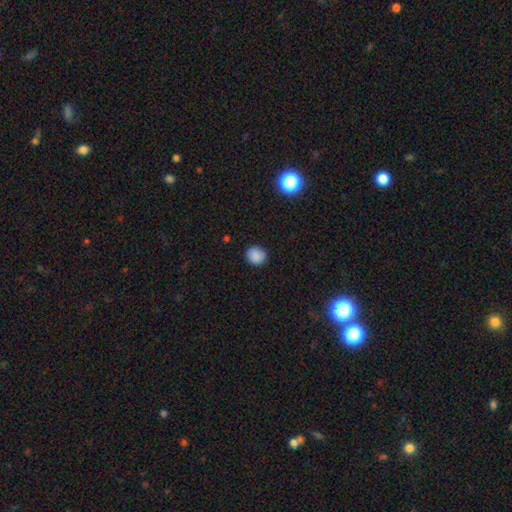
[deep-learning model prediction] Smooth or featured? Predicted: smooth (p=0.87). How rounded? Predicted: round (p=0.89). Merging? Predicted: none (p=0.90).